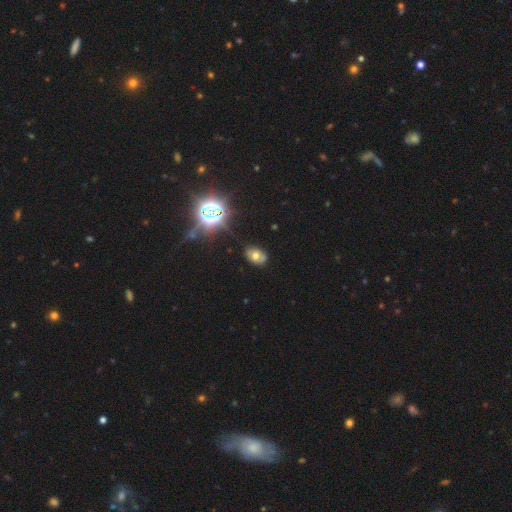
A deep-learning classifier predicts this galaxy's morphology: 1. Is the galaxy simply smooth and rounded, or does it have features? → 52% smooth, 26% featured or disk, 22% star or artifact.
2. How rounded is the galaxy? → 77% in between, 22% round, 1% cigar-shaped.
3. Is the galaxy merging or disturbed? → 75% none, 18% minor disturbance, 4% major disturbance, 3% merger.